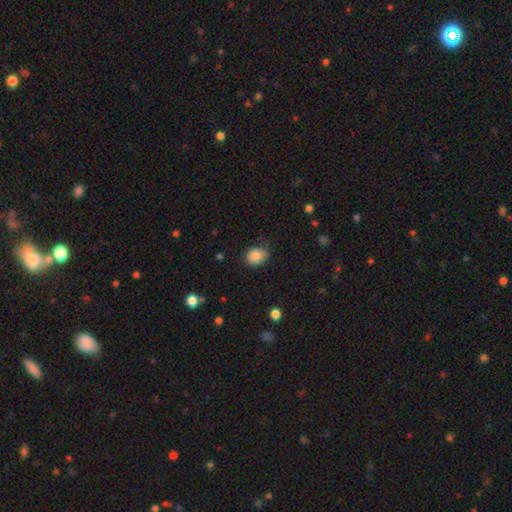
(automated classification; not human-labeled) This is clearly a smooth galaxy (86%). How rounded: possibly round (57%). Merging: likely none (68%).